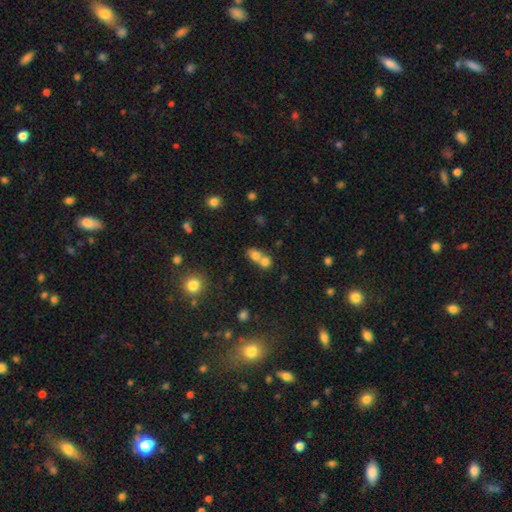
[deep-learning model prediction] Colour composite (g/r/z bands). It shows a smooth galaxy with no disk features (74%) that is round (52%). Merging: merger (67%).